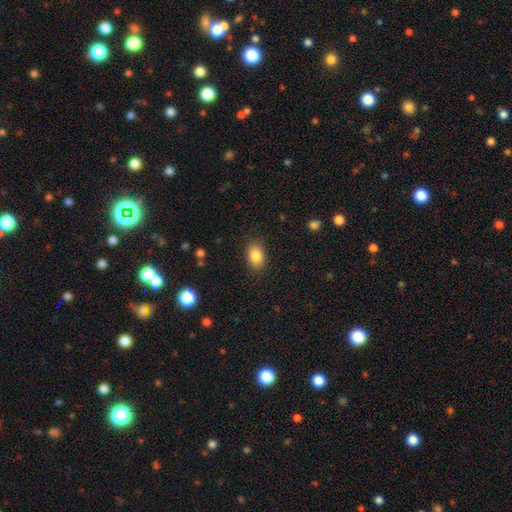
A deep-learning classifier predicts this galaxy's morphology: Q: Smooth or featured?
A: smooth (87%); runner-up: star or artifact (8%)
Q: How rounded?
A: in between (81%); runner-up: round (18%)
Q: Merging?
A: none (85%); runner-up: minor disturbance (10%)